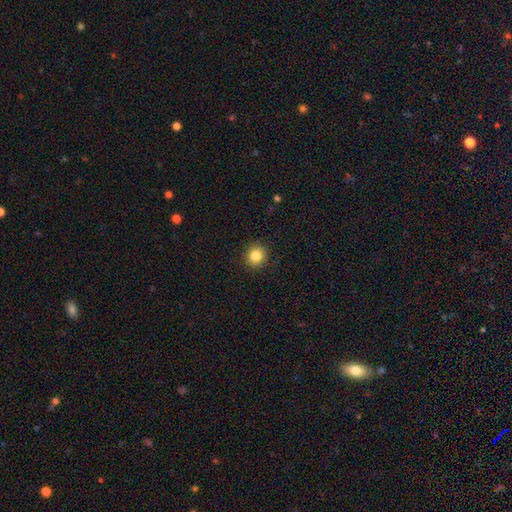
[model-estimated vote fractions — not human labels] Morphology: type=smooth (84%); roundness=round (89%); merging=none (91%).